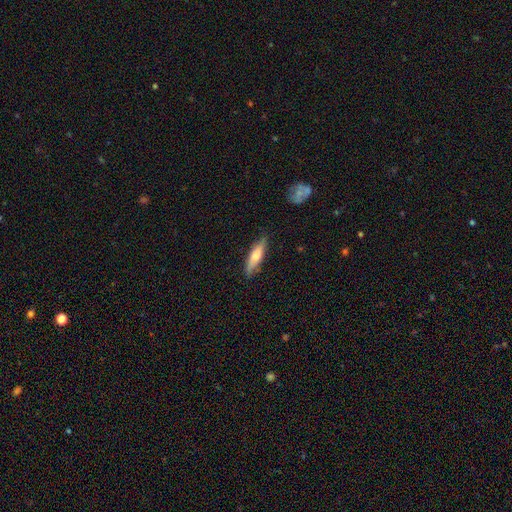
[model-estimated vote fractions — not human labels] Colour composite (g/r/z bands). It shows a smooth galaxy with no disk features (64%) that is cigar-shaped (70%). Merging: none (84%).